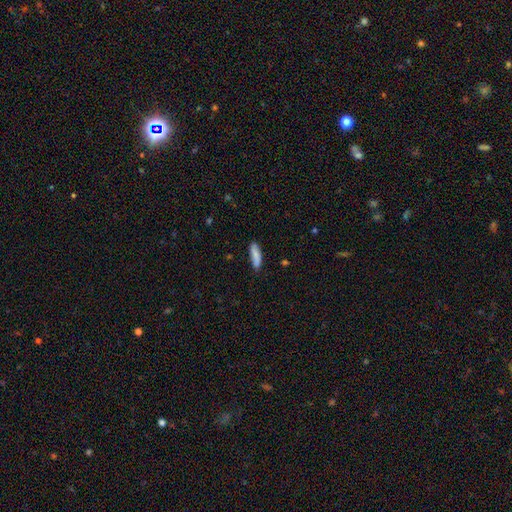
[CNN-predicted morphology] This appears to be a smooth galaxy with no disk features (86%) that is cigar-shaped (65%). Merging: none (82%).